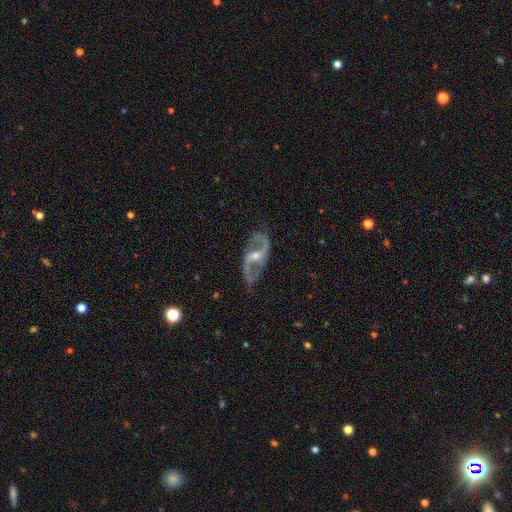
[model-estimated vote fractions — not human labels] A featured or disk galaxy (90%) with a weak bar (40%), 2 (93%) loose (61%) spiral arms (96%) and a small central bulge (53%).

Vote fractions:
- Smooth or featured? featured or disk: 90% / star or artifact: 5% / smooth: 5%
- Edge-on disk? no: 95% / yes: 5%
- Bar? weak: 40% / strong: 31% / no: 30%
- Spiral arms? yes: 96% / no: 4%
- Spiral winding? loose: 61% / medium: 31% / tight: 8%
- Spiral arm count? 2: 93% / can't tell: 2% / 1: 2% / 3: 1% / 4: 1% / more than 4: 1%
- Bulge size? small: 53% / moderate: 43% / none: 1% / large: 1% / dominant: 1%
- Merging? none: 75% / minor disturbance: 16% / major disturbance: 7% / merger: 2%